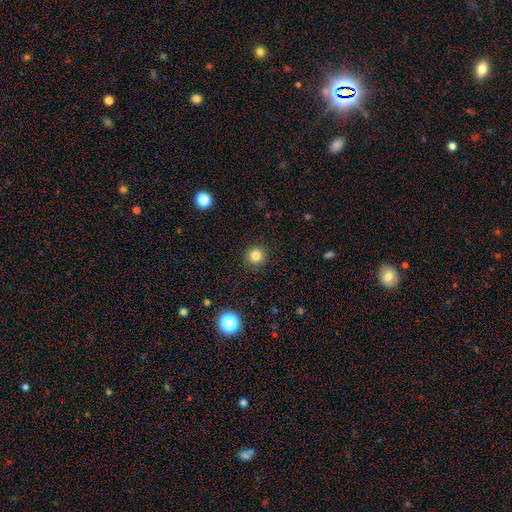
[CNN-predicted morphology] Q: Smooth or featured?
A: smooth (83%); runner-up: star or artifact (13%)
Q: How rounded?
A: round (95%); runner-up: in between (4%)
Q: Merging?
A: none (91%); runner-up: minor disturbance (6%)